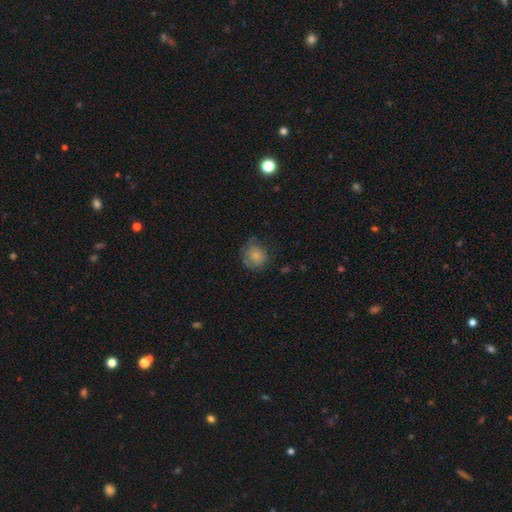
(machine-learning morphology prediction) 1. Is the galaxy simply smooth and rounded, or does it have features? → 77% smooth, 15% featured or disk, 8% star or artifact.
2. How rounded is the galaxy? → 77% round, 22% in between, 1% cigar-shaped.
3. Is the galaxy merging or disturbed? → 57% none, 29% minor disturbance, 12% major disturbance, 2% merger.